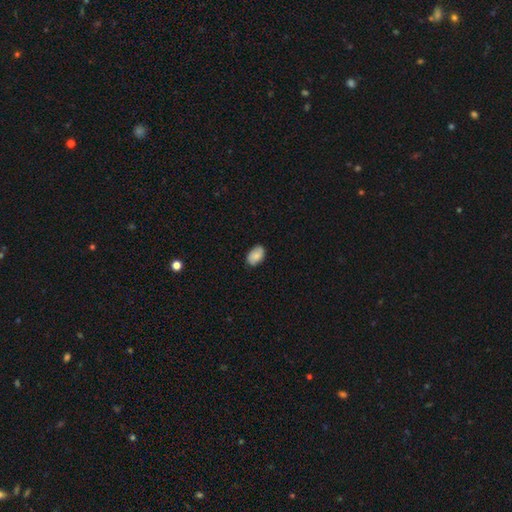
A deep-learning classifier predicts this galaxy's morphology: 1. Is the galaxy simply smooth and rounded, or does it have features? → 83% smooth, 10% featured or disk, 7% star or artifact.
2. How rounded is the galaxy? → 91% in between, 8% round, 1% cigar-shaped.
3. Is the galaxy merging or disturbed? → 83% none, 14% minor disturbance, 2% major disturbance, 1% merger.